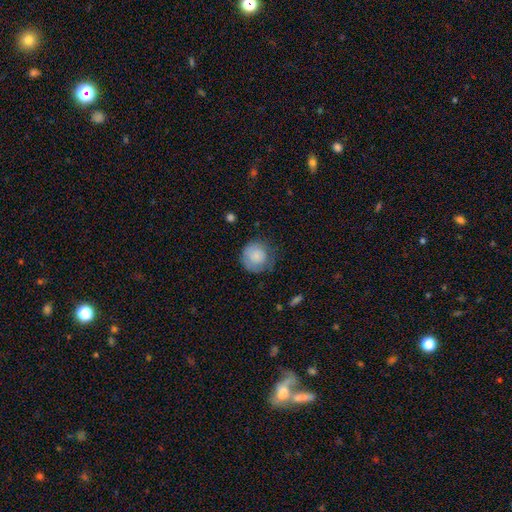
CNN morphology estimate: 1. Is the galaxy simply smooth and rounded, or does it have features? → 82% smooth, 11% featured or disk, 7% star or artifact.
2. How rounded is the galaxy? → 92% round, 7% in between, 1% cigar-shaped.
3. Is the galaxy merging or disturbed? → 62% none, 26% minor disturbance, 11% major disturbance, 1% merger.